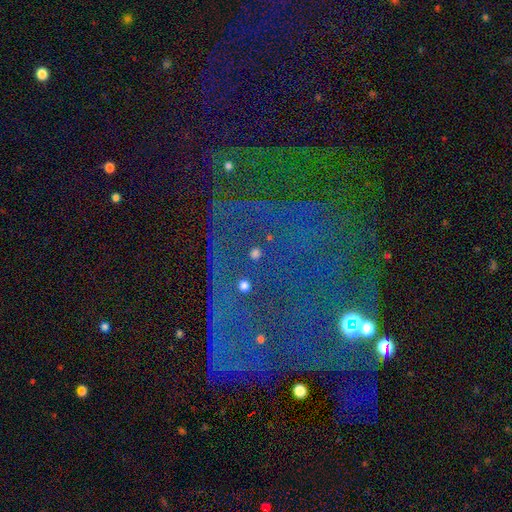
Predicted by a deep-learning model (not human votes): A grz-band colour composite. It shows a star or artifact, not a galaxy (73%).